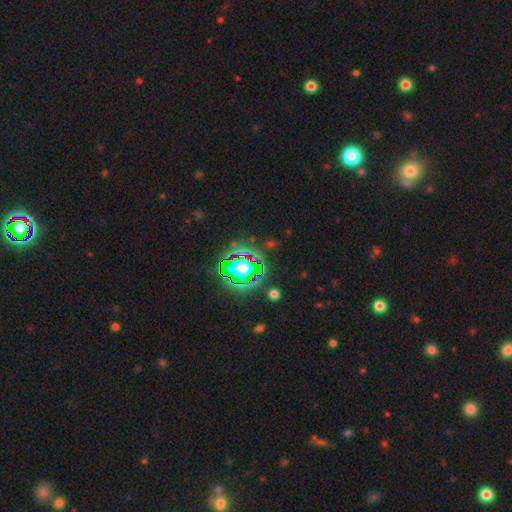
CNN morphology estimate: Overall: star or artifact (82%).